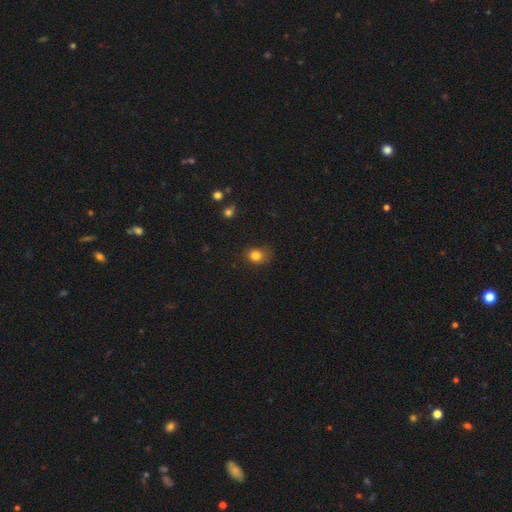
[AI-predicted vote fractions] smooth 81%, star or artifact 13%, featured or disk 6%. Down the decision tree: how rounded — round (60%); merging — none (72%).